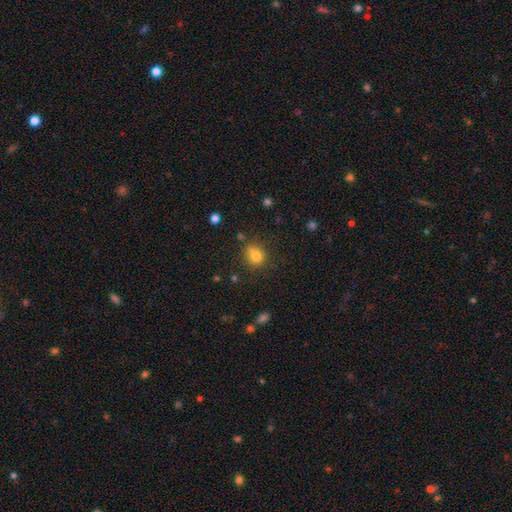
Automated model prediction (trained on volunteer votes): Q: Smooth or featured?
A: smooth (75%); runner-up: star or artifact (15%)
Q: How rounded?
A: round (77%); runner-up: in between (22%)
Q: Merging?
A: none (59%); runner-up: merger (18%)